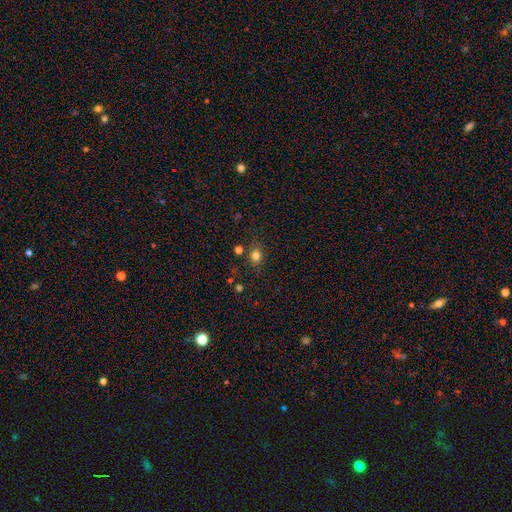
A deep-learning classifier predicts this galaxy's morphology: smooth 79%, star or artifact 14%, featured or disk 7%. Down the decision tree: how rounded — round (63%); merging — none (78%).